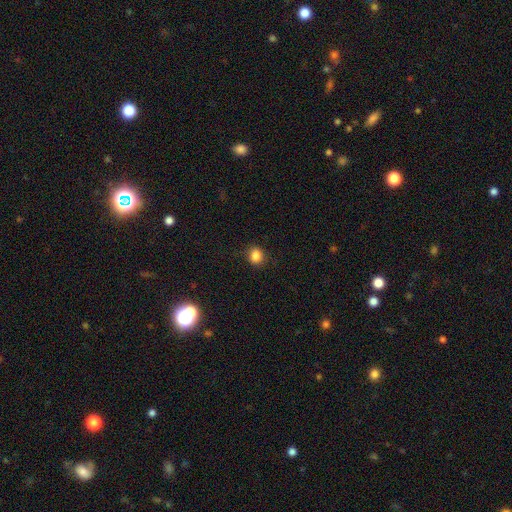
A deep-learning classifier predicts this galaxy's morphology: Q: Smooth or featured?
A: smooth (84%); runner-up: star or artifact (11%)
Q: How rounded?
A: round (69%); runner-up: in between (30%)
Q: Merging?
A: none (85%); runner-up: minor disturbance (11%)